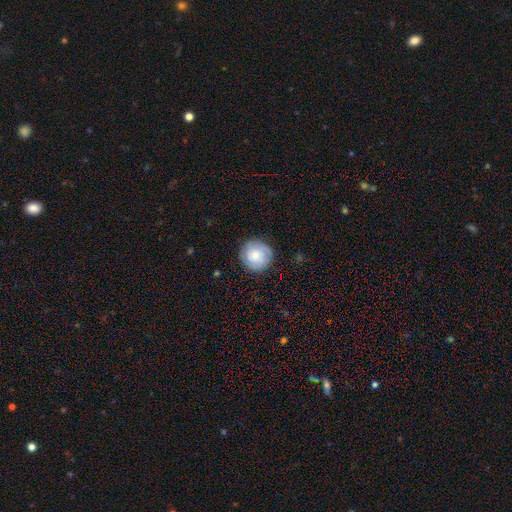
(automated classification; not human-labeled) Smooth or featured?
  - smooth: 74% *
  - featured or disk: 19%
  - star or artifact: 8%
How rounded?
  - round: 94% *
  - in between: 5%
  - cigar-shaped: 1%
Merging?
  - none: 86% *
  - minor disturbance: 10%
  - major disturbance: 3%
  - merger: 1%